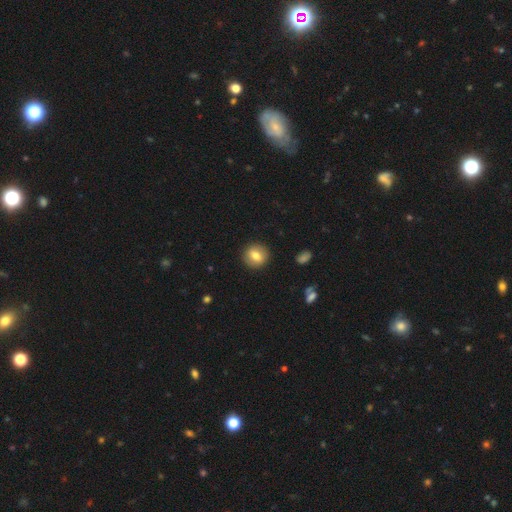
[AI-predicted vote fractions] Smooth or featured: smooth — 72% (featured or disk — 19%)
How rounded: round — 81% (in between — 18%)
Merging: none — 89% (minor disturbance — 7%)